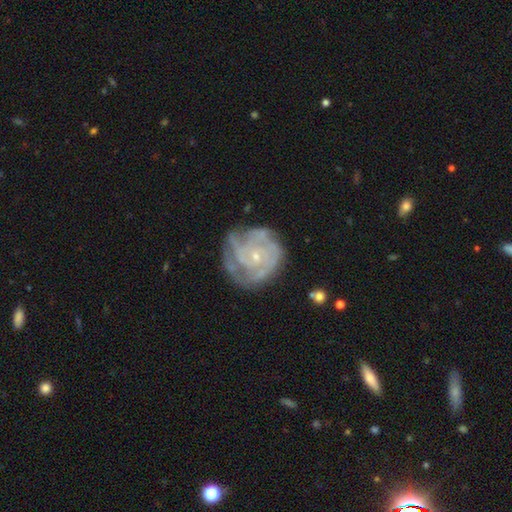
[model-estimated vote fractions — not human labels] Smooth or featured? Predicted: featured or disk (p=0.83). Edge-on disk? Predicted: no (p=0.98). Bar? Predicted: no (p=0.79). Spiral arms? Predicted: yes (p=0.93). Spiral winding? Predicted: tight (p=0.70). Spiral arm count? Predicted: can't tell (p=0.33). Bulge size? Predicted: small (p=0.78). Merging? Predicted: none (p=0.66).